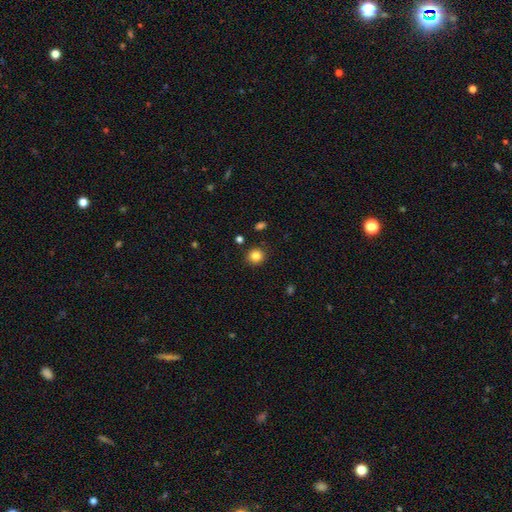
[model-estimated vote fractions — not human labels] Overall: smooth (83%). How rounded: round (88%). Merging: none (89%).